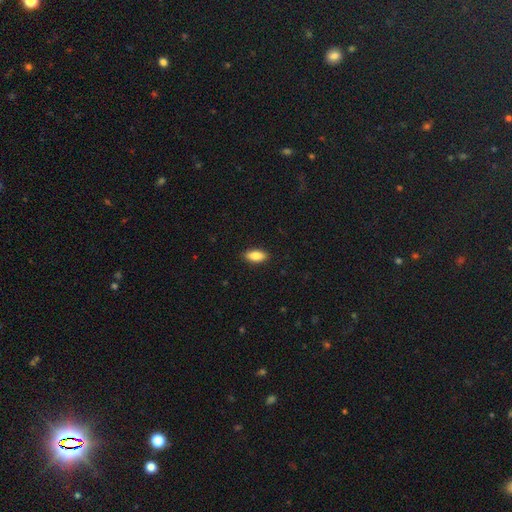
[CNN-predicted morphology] Smooth or featured: smooth — 86% (featured or disk — 7%)
How rounded: in between — 86% (cigar-shaped — 12%)
Merging: none — 89% (minor disturbance — 8%)